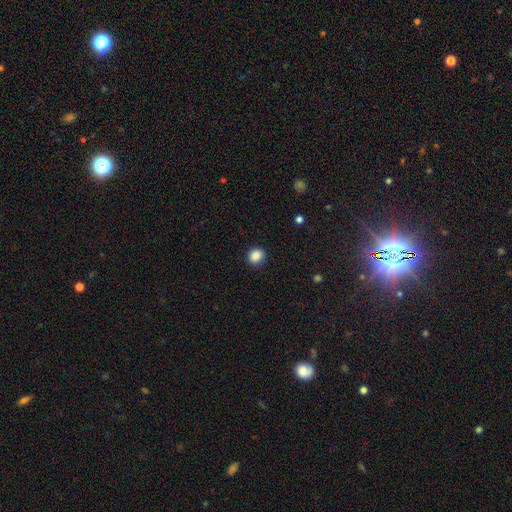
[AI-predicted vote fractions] This is clearly a smooth galaxy (87%). How rounded: likely round (76%). Merging: clearly none (88%).